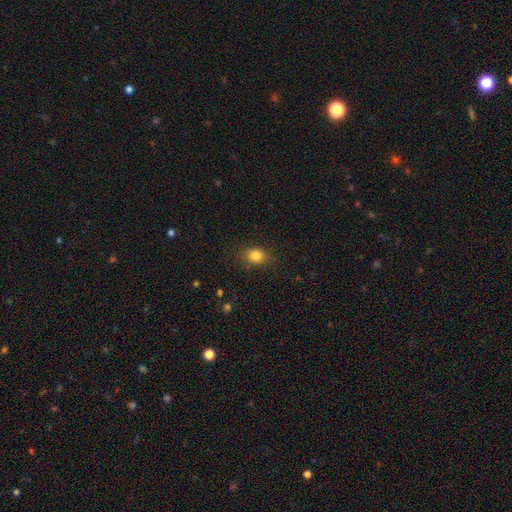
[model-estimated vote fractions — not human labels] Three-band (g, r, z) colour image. It shows a smooth galaxy with no disk features (83%) that is in between round and cigar-shaped (55%). Merging: none (82%).